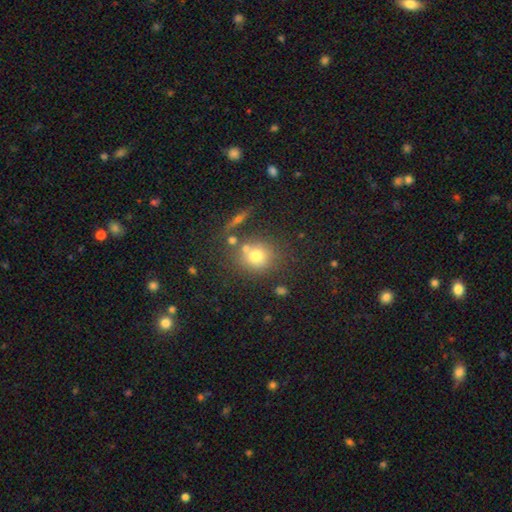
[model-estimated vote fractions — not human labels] Smooth or featured? Predicted: smooth (p=0.72). How rounded? Predicted: round (p=0.82). Merging? Predicted: none (p=0.66).